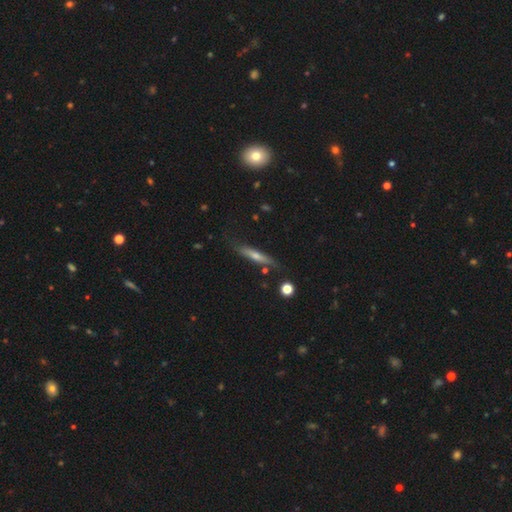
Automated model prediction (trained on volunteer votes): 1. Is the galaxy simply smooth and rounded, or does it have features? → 54% featured or disk, 38% smooth, 8% star or artifact.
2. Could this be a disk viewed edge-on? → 90% yes, 10% no.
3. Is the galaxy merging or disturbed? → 77% none, 16% minor disturbance, 4% major disturbance, 3% merger.